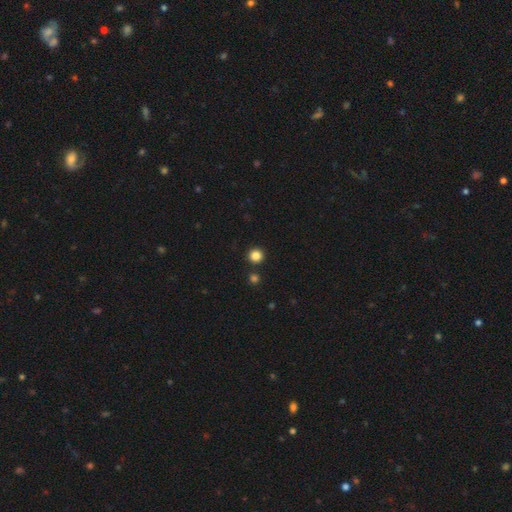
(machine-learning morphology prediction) This appears to be a smooth galaxy with no disk features (85%) that is round (95%). Merging: none (90%).